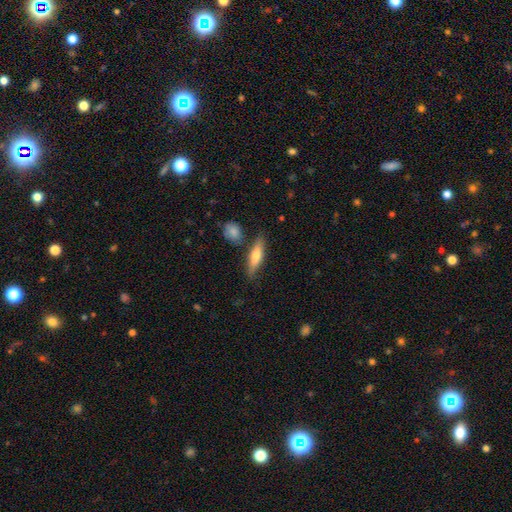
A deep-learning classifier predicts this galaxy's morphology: The model was most divided on "smooth or featured": smooth: 60%, featured or disk: 34%, star or artifact: 6%. More confident: merging — none (78%); how rounded — cigar-shaped (65%).